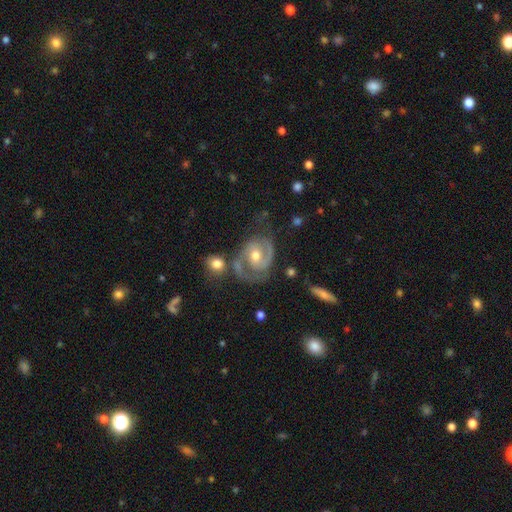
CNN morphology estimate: featured or disk 88%, smooth 7%, star or artifact 5%. Down the decision tree: edge-on disk — no (98%); bar — no (57%); spiral arms — yes (96%); spiral arm count — 2 (86%); spiral winding — medium (47%); bulge size — moderate (74%); merging — none (60%).